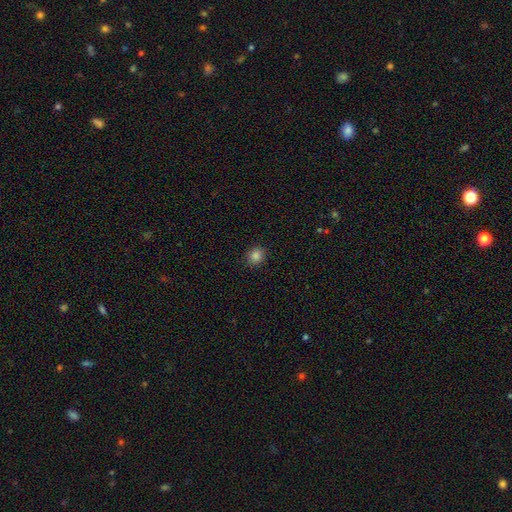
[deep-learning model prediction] Smooth or featured? smooth (84%)
How rounded? round (80%)
Merging? none (91%)